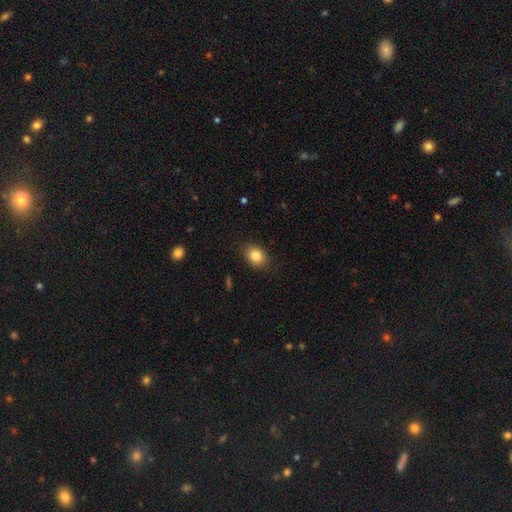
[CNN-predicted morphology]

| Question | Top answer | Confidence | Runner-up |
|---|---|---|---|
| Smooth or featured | smooth | 84% | star or artifact (9%) |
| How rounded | in between | 61% | round (38%) |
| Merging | none | 86% | minor disturbance (11%) |